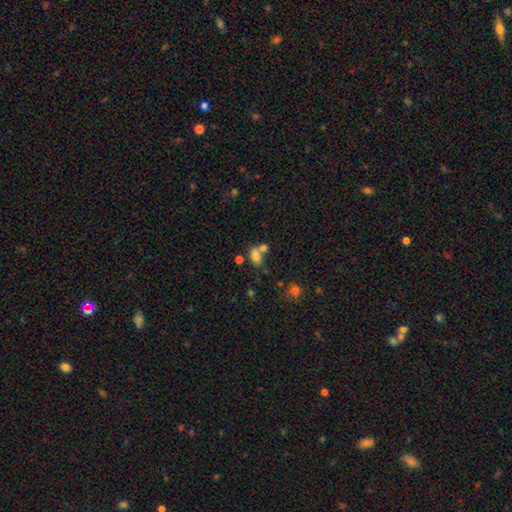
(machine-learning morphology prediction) Smooth or featured? smooth (76%)
How rounded? in between (80%)
Merging? merger (44%)